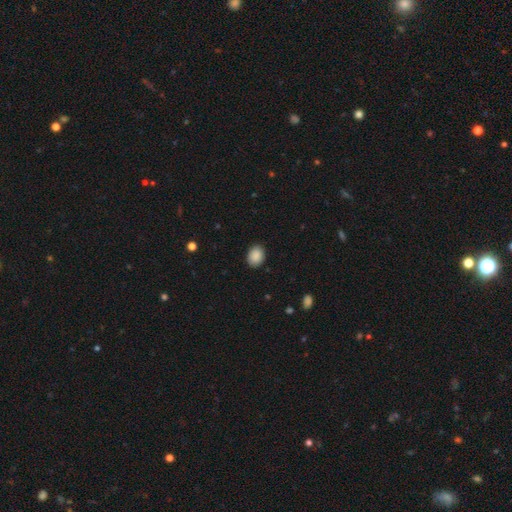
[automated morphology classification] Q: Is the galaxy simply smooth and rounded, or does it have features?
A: smooth — 89%.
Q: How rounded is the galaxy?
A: in between — 59%.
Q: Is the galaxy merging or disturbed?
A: none — 88%.